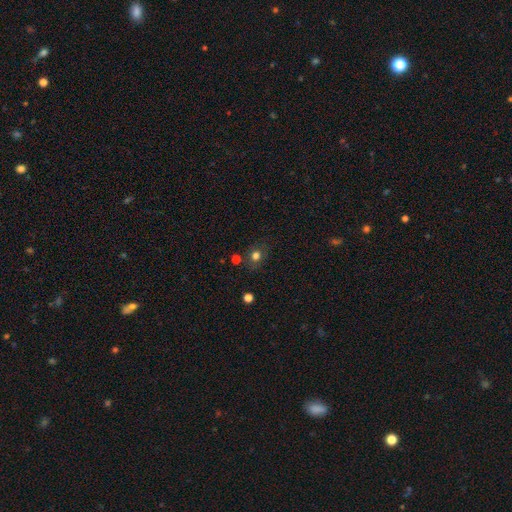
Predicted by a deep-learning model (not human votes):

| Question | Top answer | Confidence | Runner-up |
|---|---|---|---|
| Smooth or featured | smooth | 71% | star or artifact (20%) |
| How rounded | round | 72% | in between (27%) |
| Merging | none | 78% | minor disturbance (12%) |